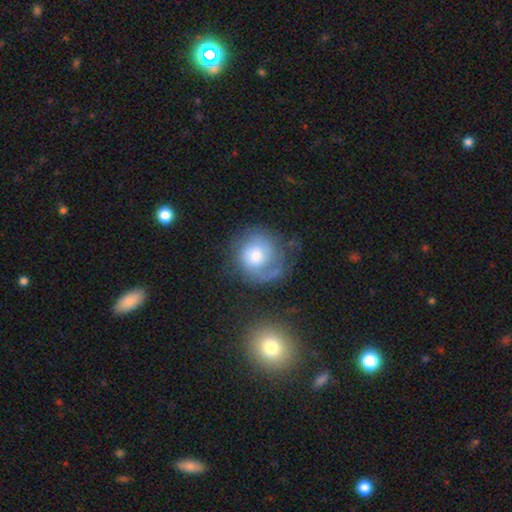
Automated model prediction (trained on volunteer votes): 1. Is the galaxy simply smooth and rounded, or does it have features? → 57% featured or disk, 34% smooth, 9% star or artifact.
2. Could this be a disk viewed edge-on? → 97% no, 3% yes.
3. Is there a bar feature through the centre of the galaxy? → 77% no, 20% weak, 3% strong.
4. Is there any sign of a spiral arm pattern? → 84% yes, 16% no.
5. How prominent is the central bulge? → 52% moderate, 32% small, 11% large, 2% dominant, 2% none.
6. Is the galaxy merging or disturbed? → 57% none, 21% minor disturbance, 17% major disturbance, 5% merger.